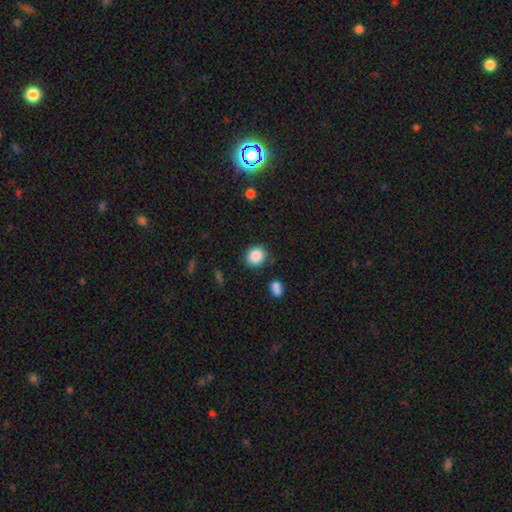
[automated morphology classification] type=smooth (87%); roundness=round (77%); merging=none (84%).